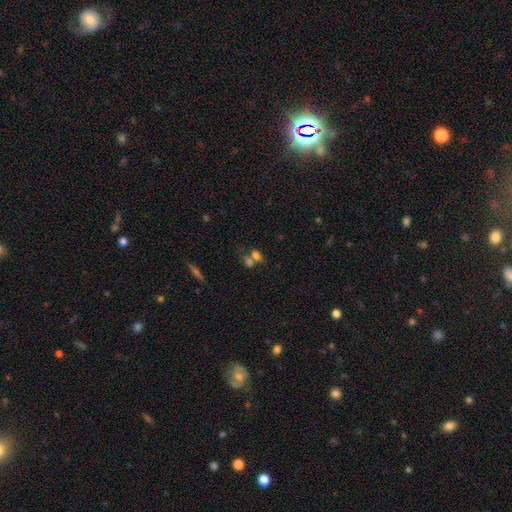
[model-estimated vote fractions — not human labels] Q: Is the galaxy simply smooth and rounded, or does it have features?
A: star or artifact — 56%.